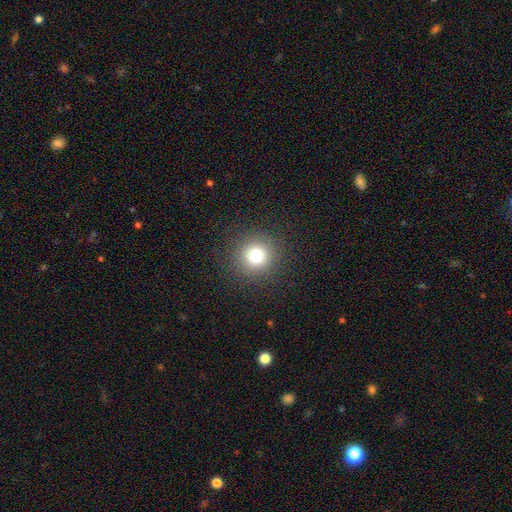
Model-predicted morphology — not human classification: A smooth galaxy with no disk features (76%) that is round (94%).

Vote fractions:
- Smooth or featured? smooth: 76% / star or artifact: 15% / featured or disk: 8%
- How rounded? round: 94% / in between: 5% / cigar-shaped: 1%
- Merging? none: 90% / minor disturbance: 6% / major disturbance: 3% / merger: 1%